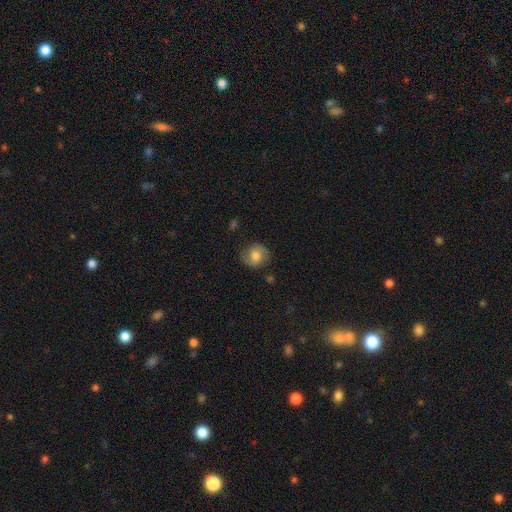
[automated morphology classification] Smooth or featured: smooth — 46% (featured or disk — 45%)
Merging: none — 78% (minor disturbance — 16%)